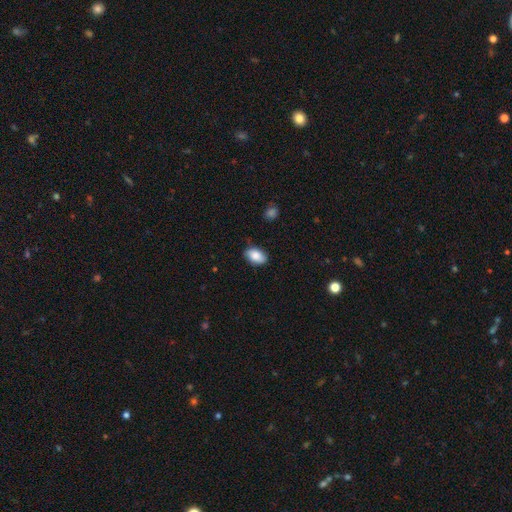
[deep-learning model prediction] A smooth galaxy with no disk features (86%) that is in between round and cigar-shaped (91%). Merging: none (81%).